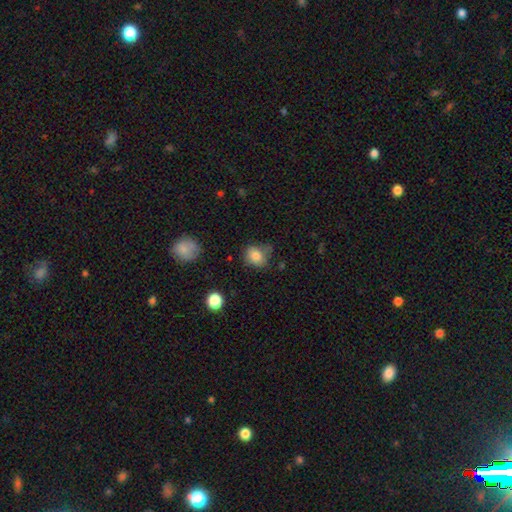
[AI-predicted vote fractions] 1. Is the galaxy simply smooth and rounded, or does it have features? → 81% smooth, 10% star or artifact, 9% featured or disk.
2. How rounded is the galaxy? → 54% round, 45% in between, 1% cigar-shaped.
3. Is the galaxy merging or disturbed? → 58% none, 29% minor disturbance, 9% major disturbance, 5% merger.